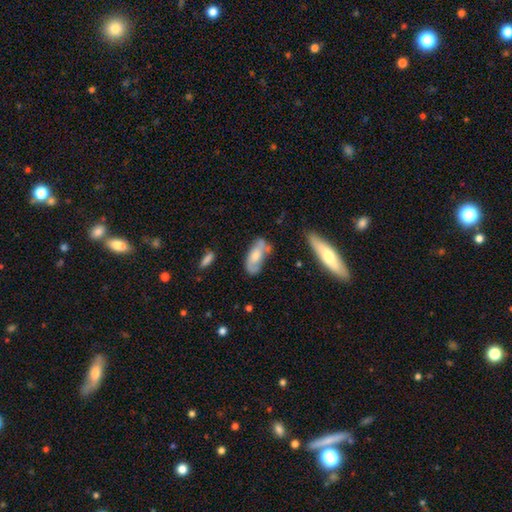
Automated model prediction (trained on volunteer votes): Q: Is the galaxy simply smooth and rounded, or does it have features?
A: smooth — 56%.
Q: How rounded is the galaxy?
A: in between — 82%.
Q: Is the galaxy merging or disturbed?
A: none — 49%.